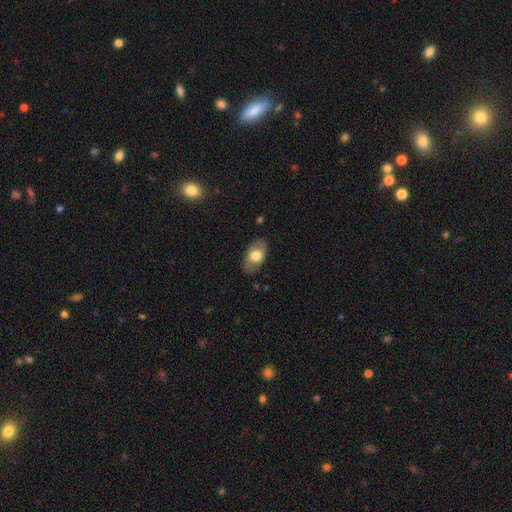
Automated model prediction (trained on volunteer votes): The model was most divided on "smooth or featured": smooth: 70%, featured or disk: 24%, star or artifact: 6%. More confident: how rounded — in between (91%); merging — none (81%).